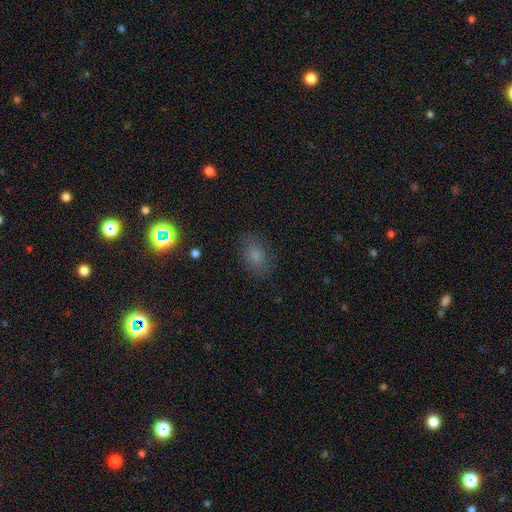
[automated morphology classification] smooth-or-featured: smooth: 74% | star or artifact: 15% | featured or disk: 10%
  how-rounded: in between: 79% | round: 20% | cigar-shaped: 2%
  merging: none: 79% | minor disturbance: 15% | major disturbance: 5% | merger: 1%